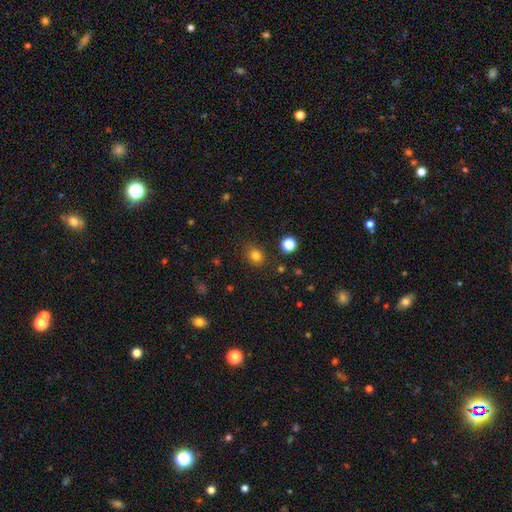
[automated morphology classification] This appears to be a smooth galaxy with no disk features (80%) that is round (71%). Merging: none (86%).